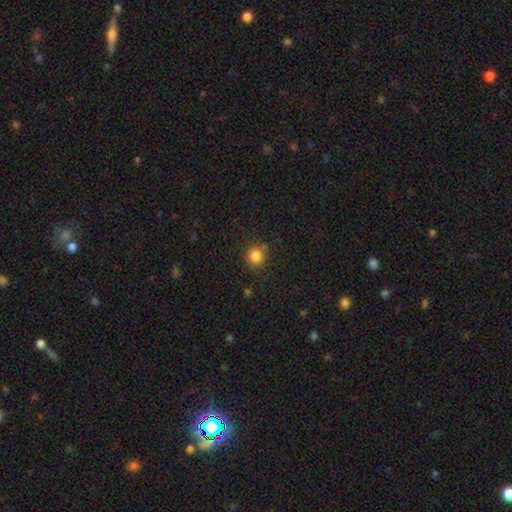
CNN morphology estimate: A smooth galaxy with no disk features (83%) that is round (90%). Merging: none (81%).